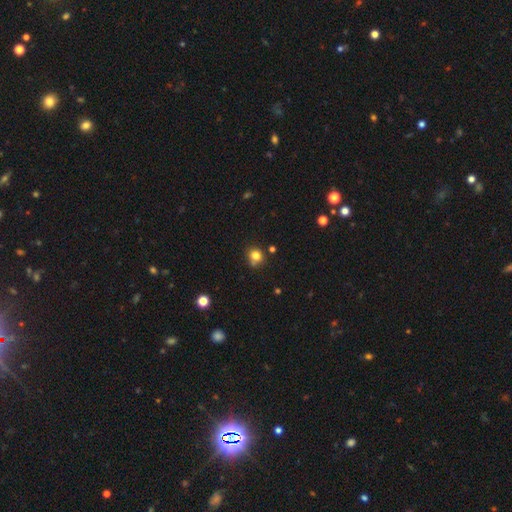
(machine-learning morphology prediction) The model was most divided on "merging": none: 71%, minor disturbance: 15%, merger: 10%, major disturbance: 4%. More confident: how rounded — round (84%); smooth or featured — smooth (80%).